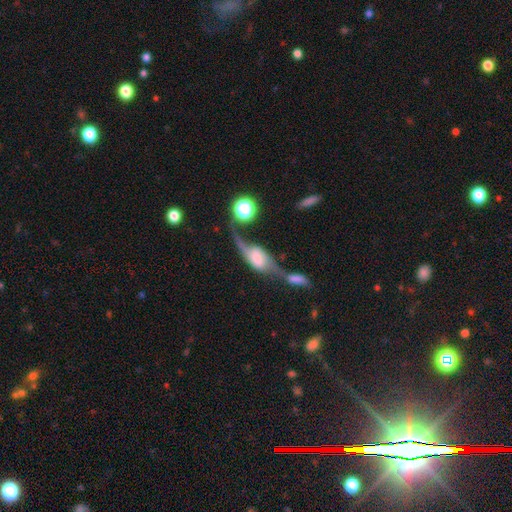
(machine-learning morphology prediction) This appears to be a featured or disk galaxy (70%) with no bar (48%), spiral arms (86%) and a large central bulge (29%). Merging: merger (44%).